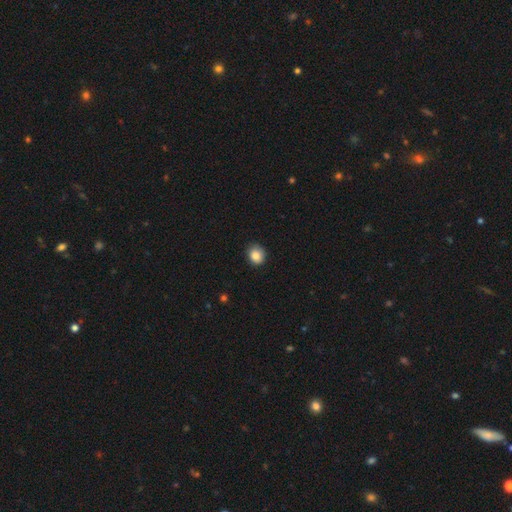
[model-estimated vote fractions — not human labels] Smooth or featured? Predicted: smooth (p=0.86). How rounded? Predicted: round (p=0.76). Merging? Predicted: none (p=0.84).